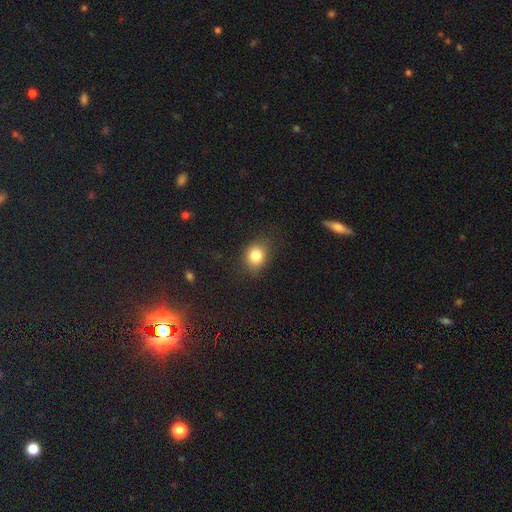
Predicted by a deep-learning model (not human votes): This appears to be a smooth galaxy with no disk features (81%) that is round (59%). Merging: none (78%).